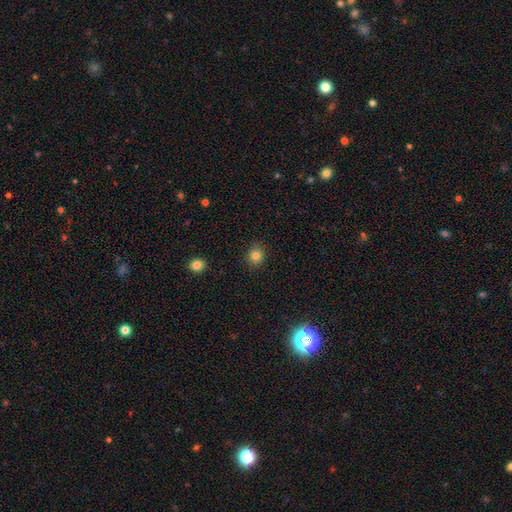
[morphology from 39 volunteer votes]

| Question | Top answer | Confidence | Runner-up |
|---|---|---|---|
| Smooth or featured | smooth | 87% | featured or disk (8%) |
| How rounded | round | 88% | in between (9%) |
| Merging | none | 81% | minor disturbance (14%) |